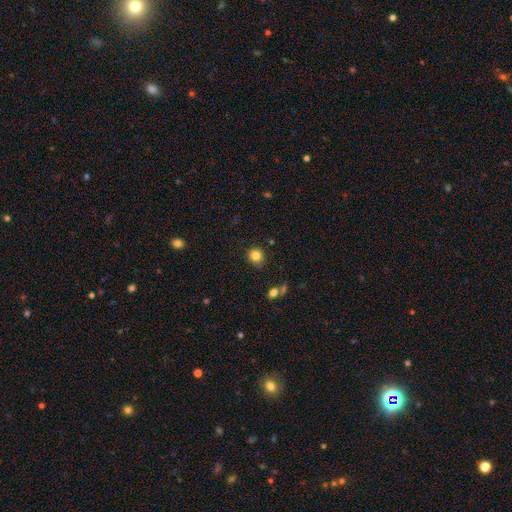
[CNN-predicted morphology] This appears to be a smooth galaxy with no disk features (83%) that is round (87%). Merging: none (83%).